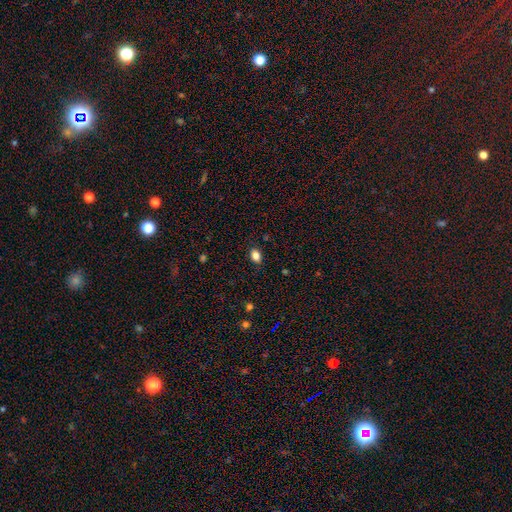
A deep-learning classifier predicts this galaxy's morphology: This appears to be a smooth galaxy with no disk features (83%) that is in between round and cigar-shaped (77%). Merging: none (87%).